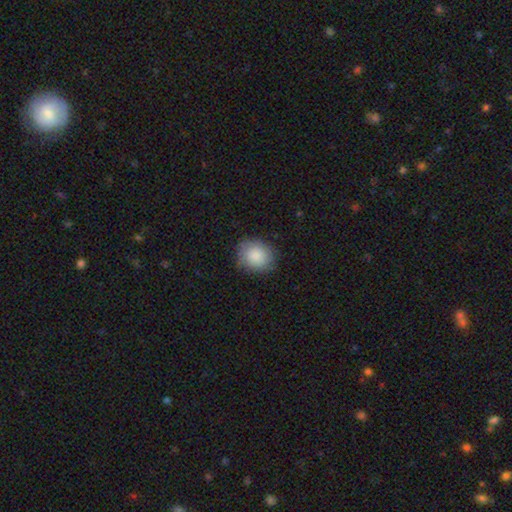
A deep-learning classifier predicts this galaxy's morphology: A smooth galaxy with no disk features (86%) that is round (69%). Merging: none (80%).